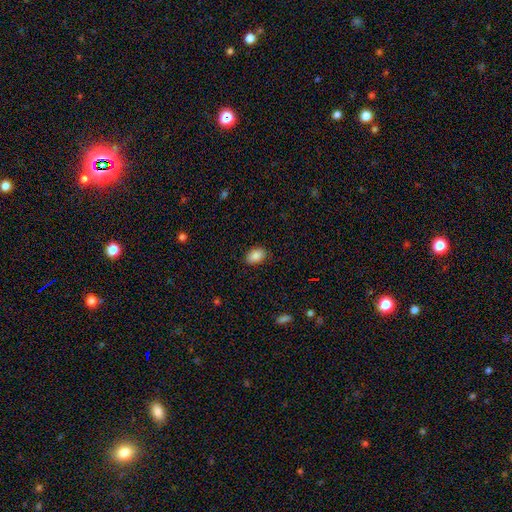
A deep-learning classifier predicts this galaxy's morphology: Smooth or featured? smooth (88%)
How rounded? in between (83%)
Merging? none (87%)